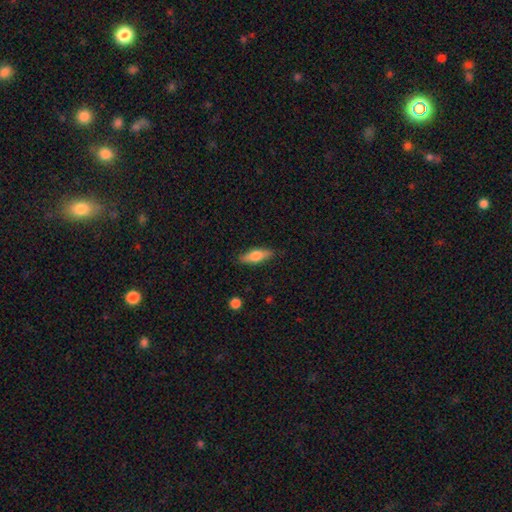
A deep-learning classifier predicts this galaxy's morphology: Overall: smooth (62%; featured or disk 32%). How rounded: in between (52%; cigar-shaped 46%). Merging: none (86%).